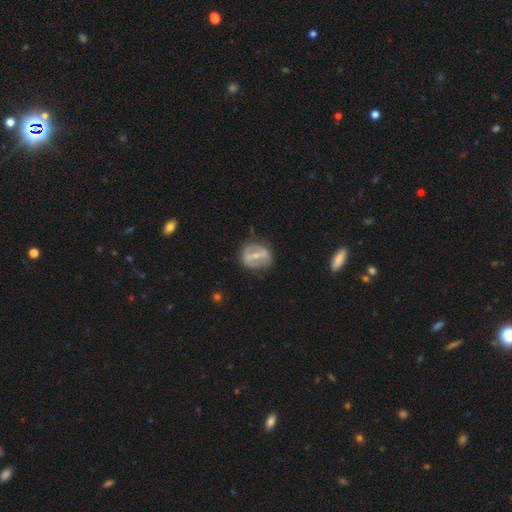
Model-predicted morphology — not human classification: Overall: featured or disk (65%; smooth 28%). Edge-on disk: no (91%). Bar: strong (65%). Spiral arms: no (70%). Bulge size: small (54%; moderate 37%). Merging: none (72%).